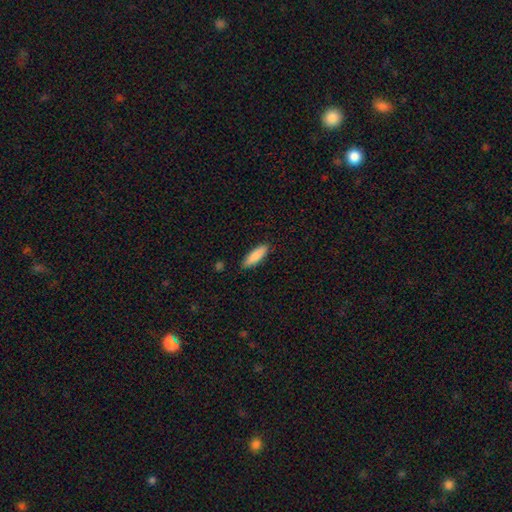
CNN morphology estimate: This is clearly a smooth galaxy (87%). How rounded: possibly cigar-shaped (57%). Merging: clearly none (86%).